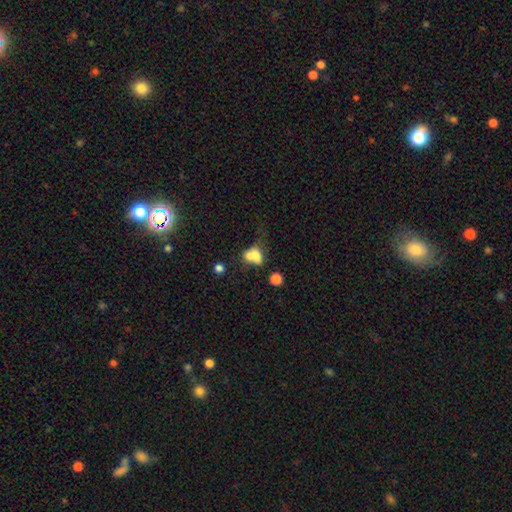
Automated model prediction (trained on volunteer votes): This appears to be a smooth galaxy with no disk features (68%) that is in between round and cigar-shaped (59%). Merging: merger (59%).